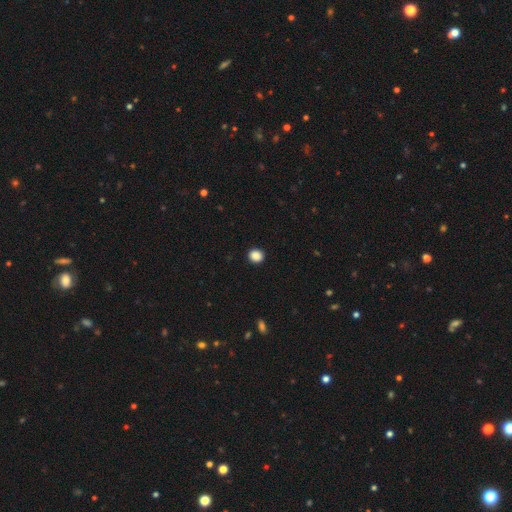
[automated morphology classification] Overall: smooth (88%). How rounded: round (84%). Merging: none (92%).